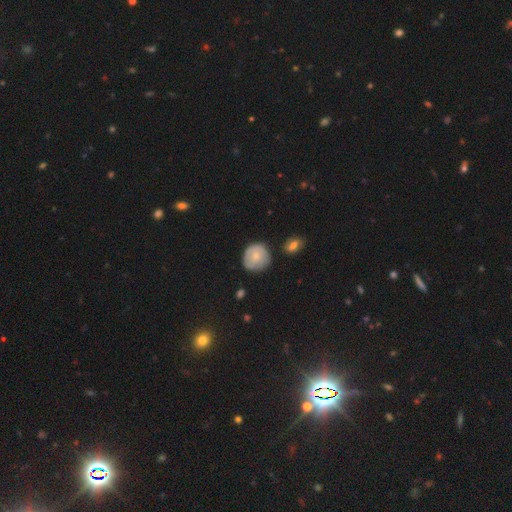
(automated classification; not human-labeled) A smooth galaxy with no disk features (63%) that is round (88%).

Vote fractions:
- Smooth or featured? smooth: 63% / featured or disk: 30% / star or artifact: 7%
- How rounded? round: 88% / in between: 11% / cigar-shaped: 1%
- Merging? none: 68% / minor disturbance: 24% / major disturbance: 5% / merger: 3%